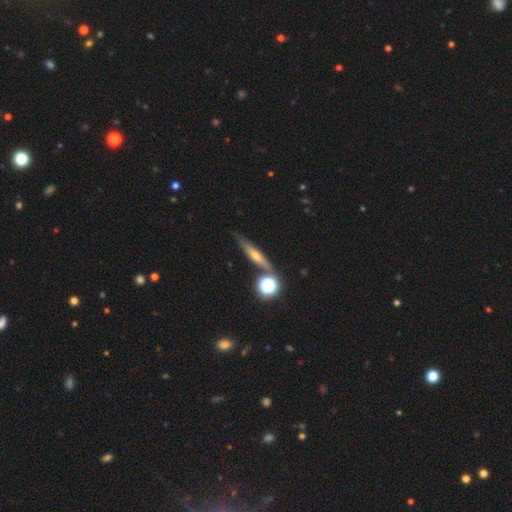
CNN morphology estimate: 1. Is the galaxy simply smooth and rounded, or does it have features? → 53% featured or disk, 34% smooth, 13% star or artifact.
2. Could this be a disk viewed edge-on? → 90% yes, 10% no.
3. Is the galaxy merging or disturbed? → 77% none, 12% minor disturbance, 8% merger, 3% major disturbance.